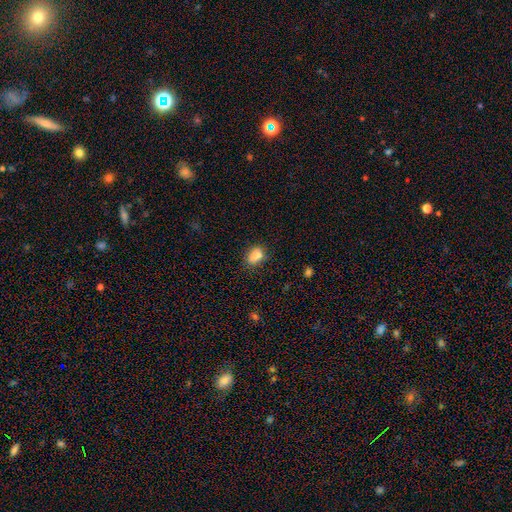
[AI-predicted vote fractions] A smooth galaxy with no disk features (83%) that is in between round and cigar-shaped (77%). Merging: none (68%).